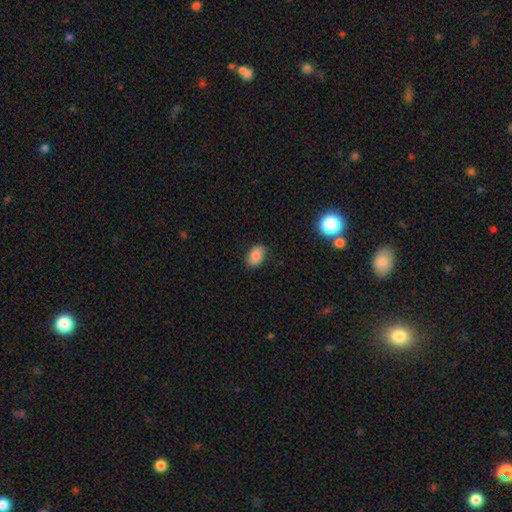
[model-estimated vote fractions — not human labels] Smooth or featured? smooth (81%)
How rounded? in between (84%)
Merging? none (84%)